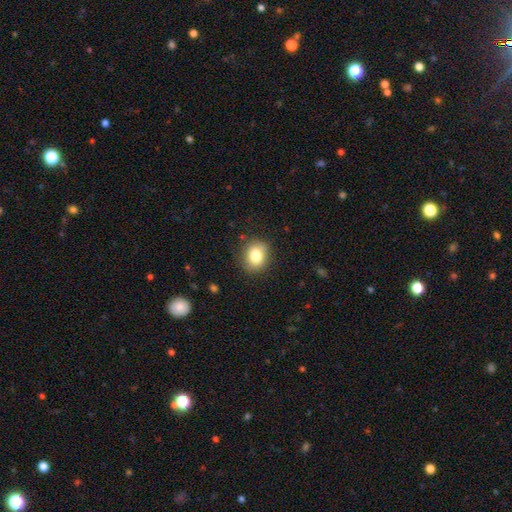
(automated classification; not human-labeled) A smooth galaxy with no disk features (81%) that is round (64%).

Vote fractions:
- Smooth or featured? smooth: 81% / star or artifact: 10% / featured or disk: 9%
- How rounded? round: 64% / in between: 35% / cigar-shaped: 1%
- Merging? none: 85% / minor disturbance: 11% / major disturbance: 3% / merger: 1%